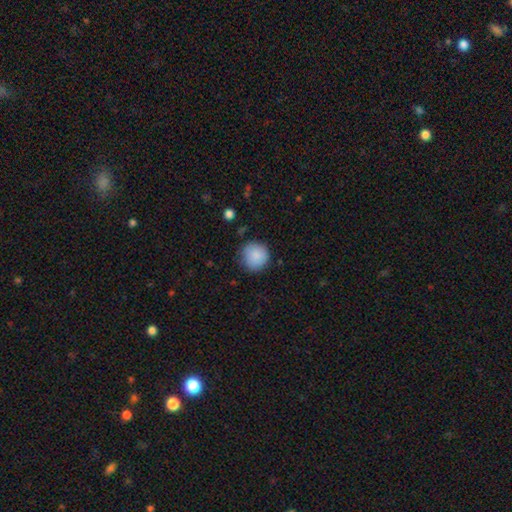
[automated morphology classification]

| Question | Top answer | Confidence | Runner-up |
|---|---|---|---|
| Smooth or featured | smooth | 87% | star or artifact (8%) |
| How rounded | round | 93% | in between (6%) |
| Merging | none | 81% | minor disturbance (14%) |